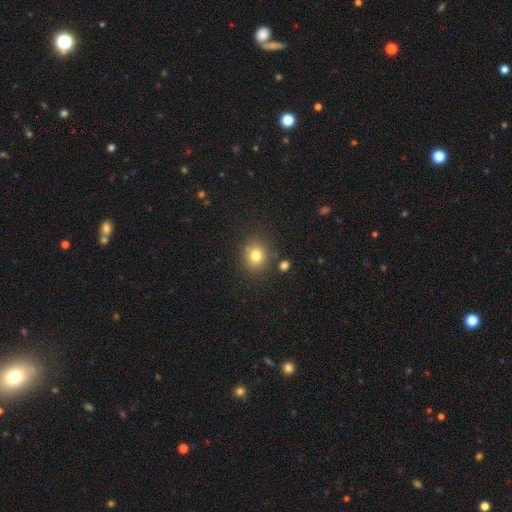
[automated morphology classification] smooth 79%, star or artifact 13%, featured or disk 8%. Down the decision tree: how rounded — round (75%); merging — none (81%).